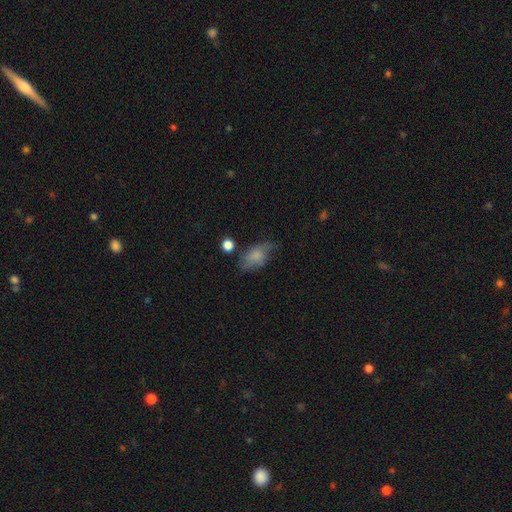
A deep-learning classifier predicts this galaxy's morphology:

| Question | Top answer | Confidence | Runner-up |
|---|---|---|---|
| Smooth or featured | smooth | 74% | featured or disk (17%) |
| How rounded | in between | 88% | round (8%) |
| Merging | none | 46% | minor disturbance (34%) |